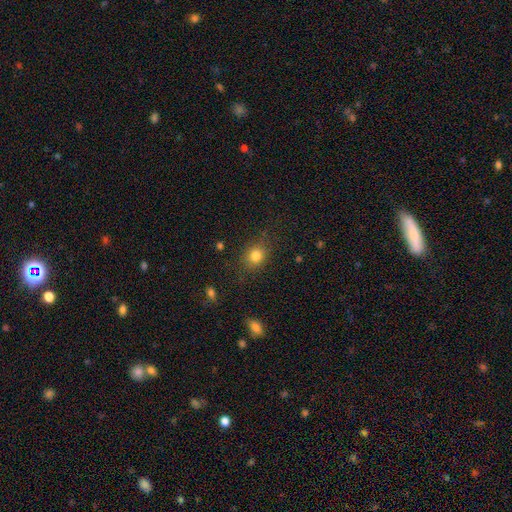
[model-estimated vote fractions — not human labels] Overall: smooth (81%). How rounded: round (68%; in between 31%). Merging: none (82%).